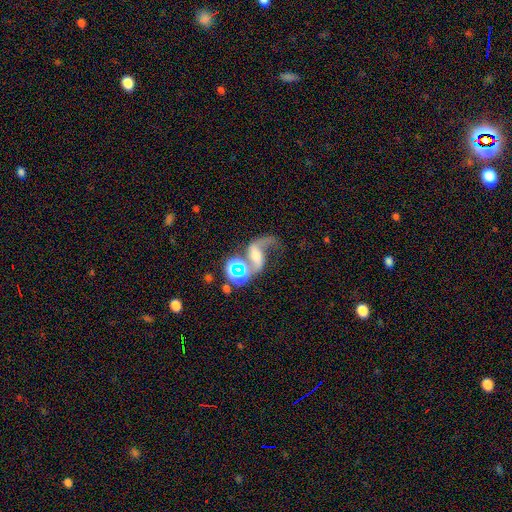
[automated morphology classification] type=featured or disk (66%); edge-on=no (96%); bar=no (38%); spiral arms=yes (88%); winding=loose (81%); arm count=2 (72%); bulge=moderate (39%); merging=none (30%).